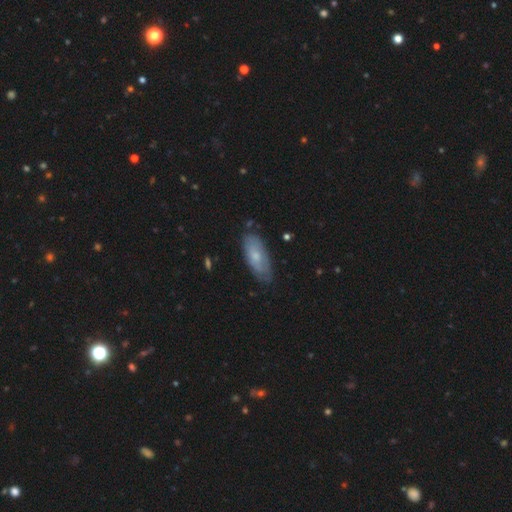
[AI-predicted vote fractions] Overall: smooth (59%; featured or disk 35%). How rounded: in between (80%). Merging: none (73%).